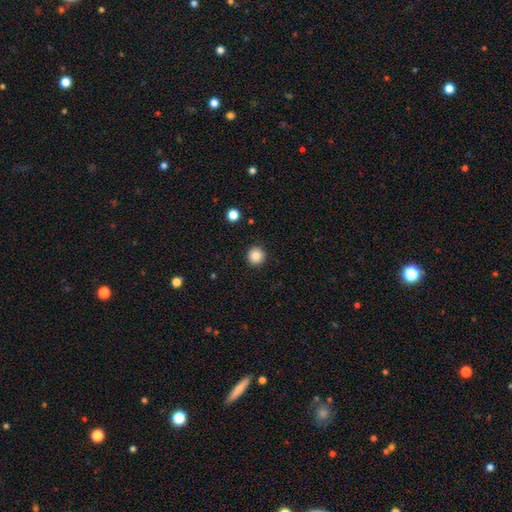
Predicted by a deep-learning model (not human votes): Smooth or featured: smooth — 86% (star or artifact — 10%)
How rounded: round — 96% (in between — 3%)
Merging: none — 92% (minor disturbance — 5%)